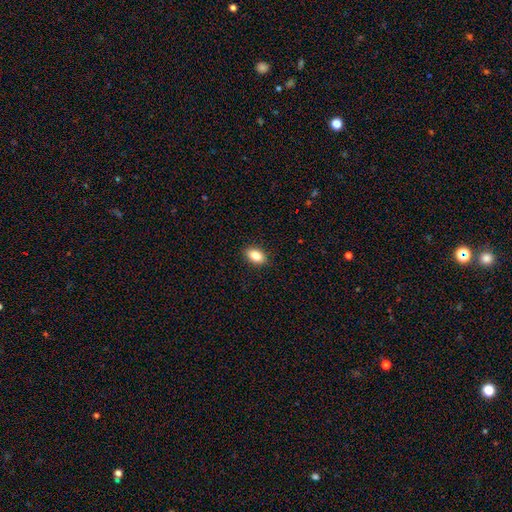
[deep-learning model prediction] A smooth galaxy with no disk features (86%) that is in between round and cigar-shaped (90%).

Vote fractions:
- Smooth or featured? smooth: 86% / star or artifact: 8% / featured or disk: 6%
- How rounded? in between: 90% / round: 8% / cigar-shaped: 2%
- Merging? none: 89% / minor disturbance: 8% / major disturbance: 2% / merger: 1%